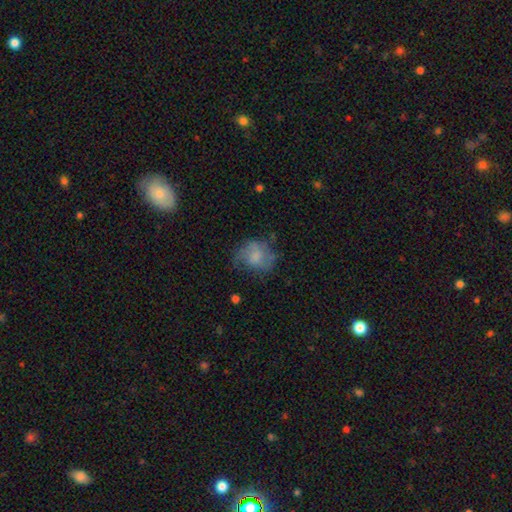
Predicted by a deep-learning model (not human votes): Smooth or featured? Predicted: smooth (p=0.54). How rounded? Predicted: round (p=0.61). Merging? Predicted: none (p=0.49).